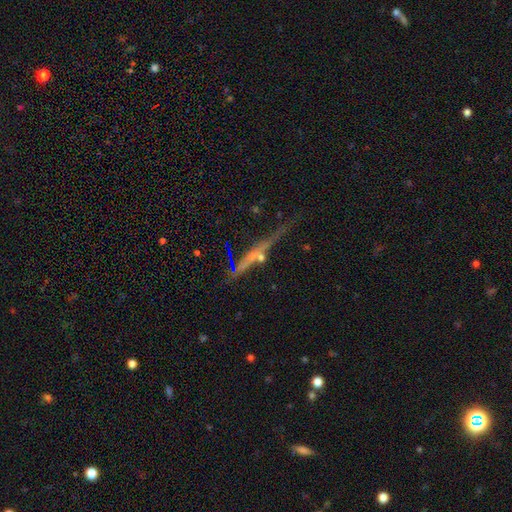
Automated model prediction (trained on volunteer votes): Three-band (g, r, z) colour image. It shows a featured or disk galaxy (49%). Merging: none (63%).